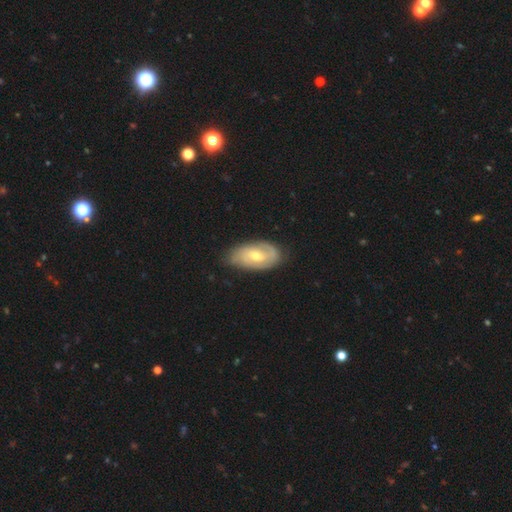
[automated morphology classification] smooth_or_featured: featured or disk (p=0.67) [alt: smooth p=0.28]
disk_edge_on: no (p=0.94) [alt: yes p=0.06]
bar: no (p=0.49) [alt: weak p=0.41]
has_spiral_arms: yes (p=0.82) [alt: no p=0.18]
spiral_winding: tight (p=0.50) [alt: medium p=0.35]
spiral_arm_count: 2 (p=0.54) [alt: can't tell p=0.28]
bulge_size: moderate (p=0.65) [alt: small p=0.30]
merging: none (p=0.72) [alt: minor disturbance p=0.22]